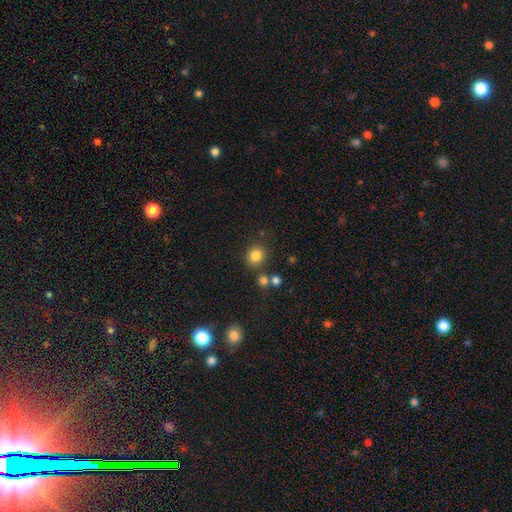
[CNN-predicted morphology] A smooth galaxy with no disk features (82%) that is round (80%).

Vote fractions:
- Smooth or featured? smooth: 82% / star or artifact: 12% / featured or disk: 5%
- How rounded? round: 80% / in between: 19% / cigar-shaped: 1%
- Merging? none: 79% / minor disturbance: 9% / merger: 8% / major disturbance: 3%